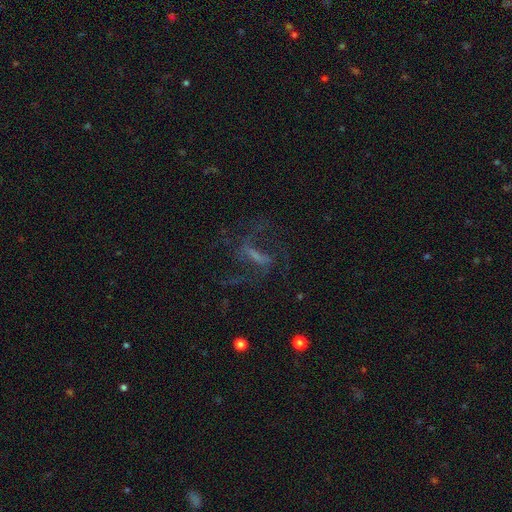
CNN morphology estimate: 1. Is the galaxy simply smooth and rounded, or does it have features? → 66% featured or disk, 19% star or artifact, 15% smooth.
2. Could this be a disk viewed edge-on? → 90% no, 10% yes.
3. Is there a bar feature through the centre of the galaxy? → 47% strong, 35% weak, 18% no.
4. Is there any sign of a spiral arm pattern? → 77% yes, 23% no.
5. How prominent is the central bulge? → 43% none, 29% small, 21% moderate, 5% large, 2% dominant.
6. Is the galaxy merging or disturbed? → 55% none, 28% major disturbance, 14% minor disturbance, 3% merger.